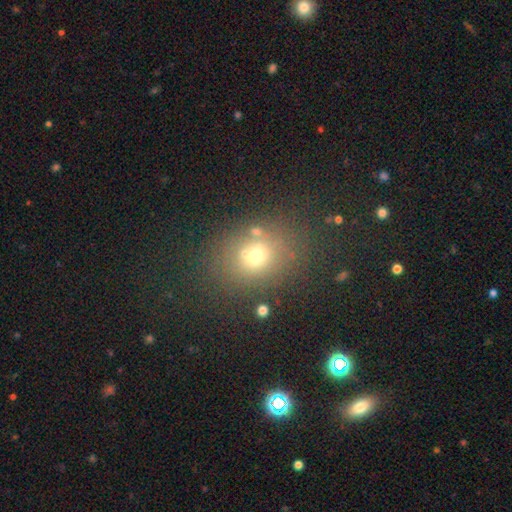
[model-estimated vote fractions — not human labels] Overall: smooth (62%). How rounded: round (56%; in between 43%). Merging: none (68%).